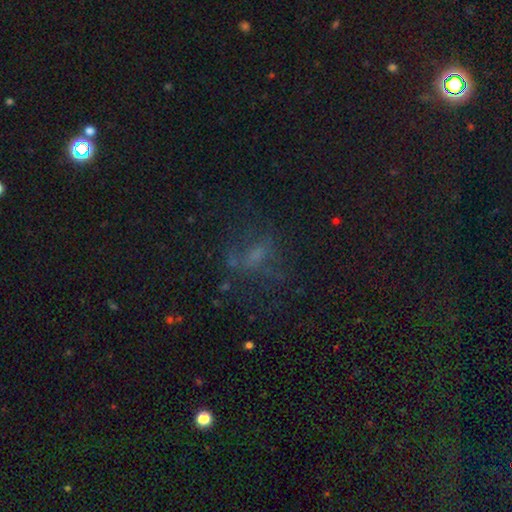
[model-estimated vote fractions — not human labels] smooth_or_featured: smooth (p=0.37) [alt: star or artifact p=0.33]
merging: none (p=0.50) [alt: major disturbance p=0.28]